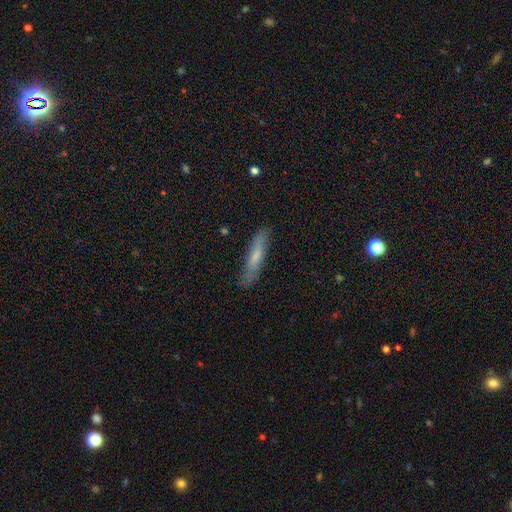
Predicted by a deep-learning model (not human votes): This is possibly a smooth galaxy (58%). How rounded: clearly cigar-shaped (84%). Merging: clearly none (81%).